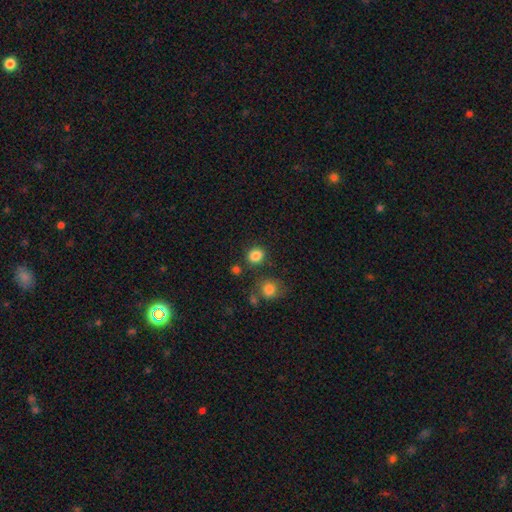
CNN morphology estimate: Overall: smooth (85%). How rounded: round (70%). Merging: none (81%).